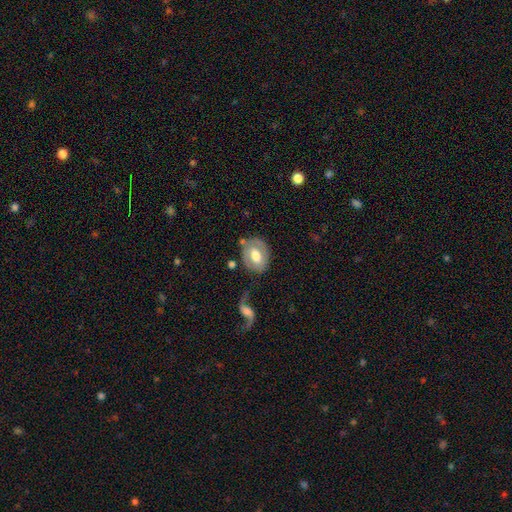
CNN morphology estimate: A featured or disk galaxy (48%).

Vote fractions:
- Smooth or featured? featured or disk: 48% / smooth: 46% / star or artifact: 6%
- Merging? none: 62% / minor disturbance: 21% / major disturbance: 10% / merger: 8%